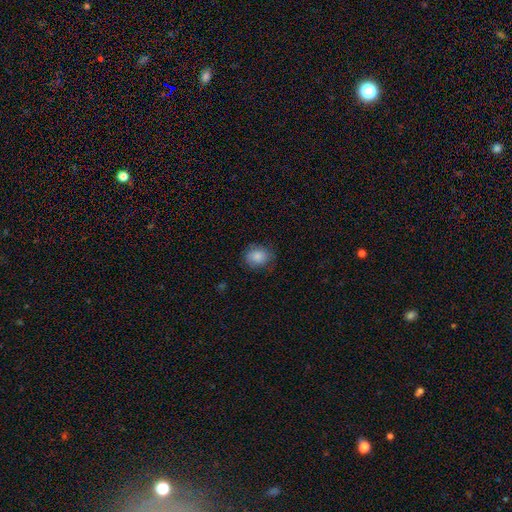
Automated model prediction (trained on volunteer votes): A smooth galaxy with no disk features (84%) that is round (63%). Merging: none (74%).